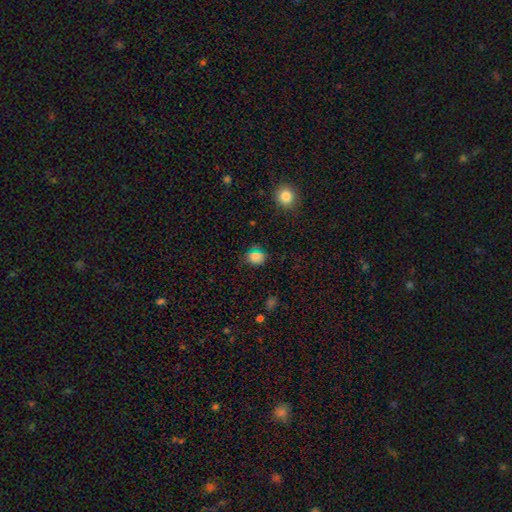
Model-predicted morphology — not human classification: This appears to be a smooth galaxy with no disk features (72%) that is round (56%). Merging: none (77%).